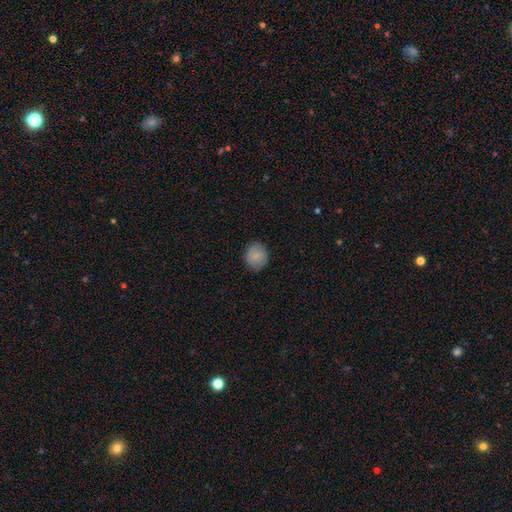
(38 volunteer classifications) This appears to be a smooth galaxy with no disk features (89%) that is round (85%). Merging: none (83%).